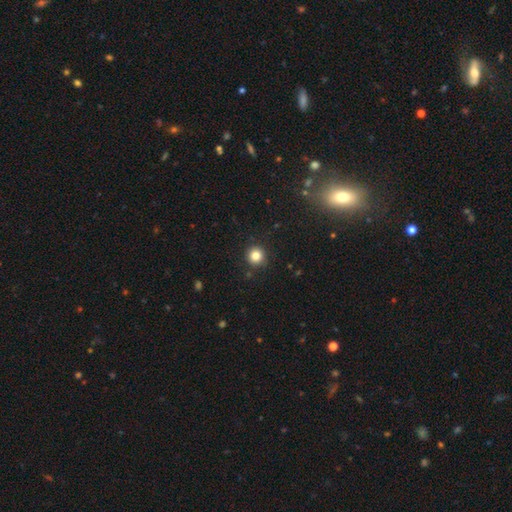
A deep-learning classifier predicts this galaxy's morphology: A smooth galaxy with no disk features (83%) that is round (95%).

Vote fractions:
- Smooth or featured? smooth: 83% / star or artifact: 12% / featured or disk: 5%
- How rounded? round: 95% / in between: 4% / cigar-shaped: 1%
- Merging? none: 91% / minor disturbance: 5% / major disturbance: 2% / merger: 1%